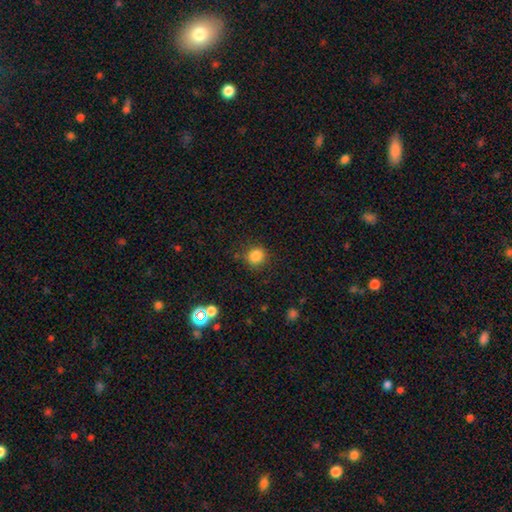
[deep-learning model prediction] Smooth or featured? smooth (84%)
How rounded? round (85%)
Merging? none (83%)